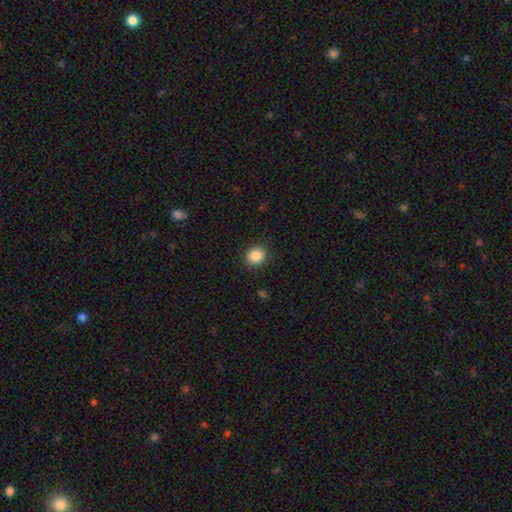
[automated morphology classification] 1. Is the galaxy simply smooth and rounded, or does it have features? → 87% smooth, 9% star or artifact, 4% featured or disk.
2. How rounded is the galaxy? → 78% round, 21% in between, 1% cigar-shaped.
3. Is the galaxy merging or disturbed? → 89% none, 7% minor disturbance, 2% major disturbance, 1% merger.